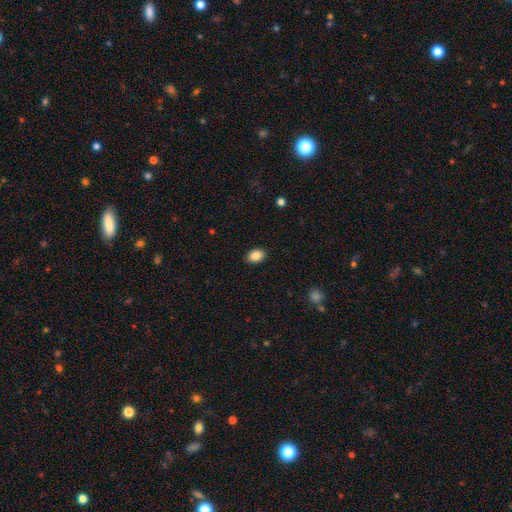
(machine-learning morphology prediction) A smooth galaxy with no disk features (87%) that is in between round and cigar-shaped (79%).

Vote fractions:
- Smooth or featured? smooth: 87% / star or artifact: 8% / featured or disk: 5%
- How rounded? in between: 79% / round: 20% / cigar-shaped: 1%
- Merging? none: 89% / minor disturbance: 8% / major disturbance: 2% / merger: 1%